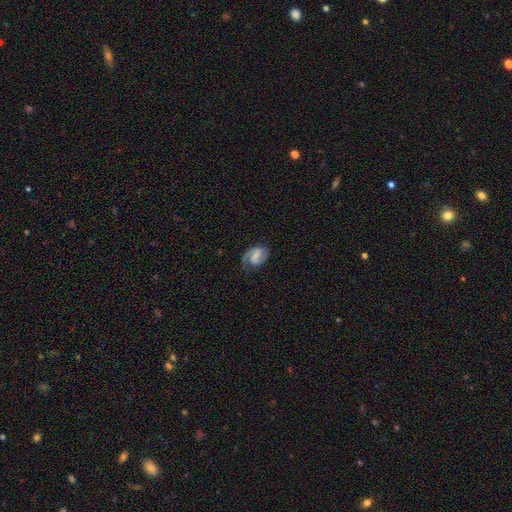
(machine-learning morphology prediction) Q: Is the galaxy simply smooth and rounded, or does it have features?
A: featured or disk — 76%.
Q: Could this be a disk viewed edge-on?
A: no — 98%.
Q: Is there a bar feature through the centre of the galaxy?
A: weak — 45%.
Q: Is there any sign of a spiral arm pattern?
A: yes — 94%.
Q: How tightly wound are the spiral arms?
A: medium — 49%.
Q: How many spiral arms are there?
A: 2 — 75%.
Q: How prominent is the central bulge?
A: small — 38%.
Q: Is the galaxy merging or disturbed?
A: none — 68%.